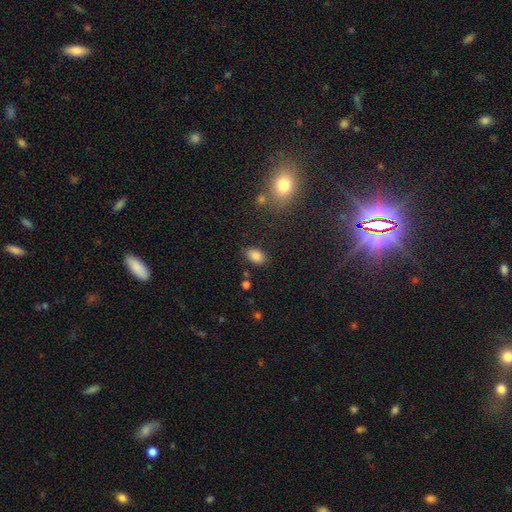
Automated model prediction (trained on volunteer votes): Smooth or featured? smooth (84%)
How rounded? in between (89%)
Merging? none (83%)